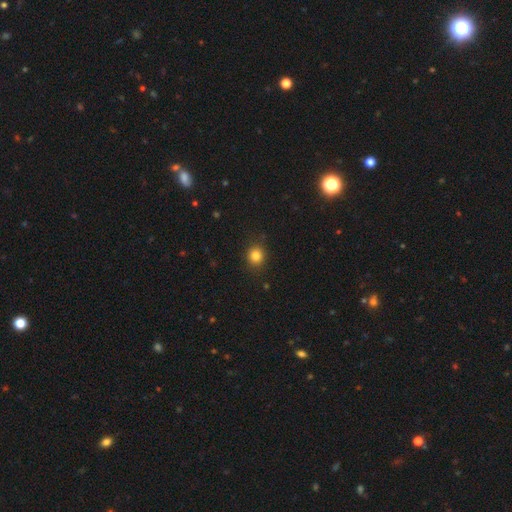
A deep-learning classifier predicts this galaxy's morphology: smooth_or_featured: smooth (p=0.83) [alt: star or artifact p=0.12]
how_rounded: round (p=0.82) [alt: in between p=0.17]
merging: none (p=0.86) [alt: minor disturbance p=0.10]